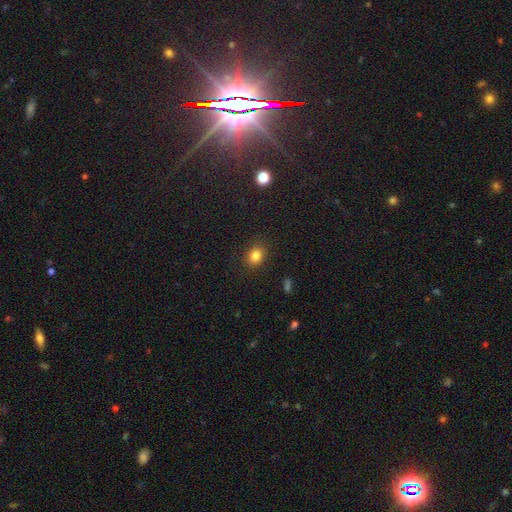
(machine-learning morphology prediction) Smooth or featured: smooth — 82% (star or artifact — 12%)
How rounded: round — 55% (in between — 44%)
Merging: none — 86% (minor disturbance — 10%)